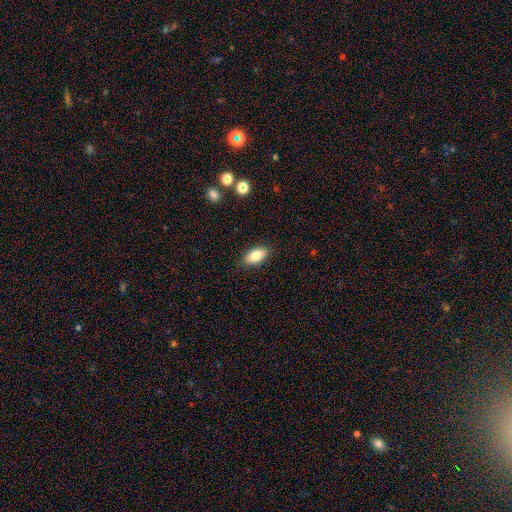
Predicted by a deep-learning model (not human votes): Smooth or featured? Predicted: smooth (p=0.83). How rounded? Predicted: in between (p=0.92). Merging? Predicted: none (p=0.87).